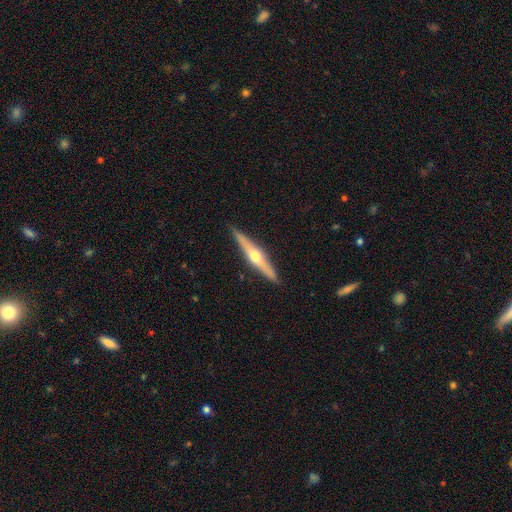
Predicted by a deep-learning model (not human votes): smooth_or_featured: featured or disk (p=0.69) [alt: smooth p=0.26]
disk_edge_on: yes (p=0.96) [alt: no p=0.04]
edge_on_bulge: rounded (p=0.93) [alt: none p=0.04]
merging: none (p=0.90) [alt: minor disturbance p=0.08]